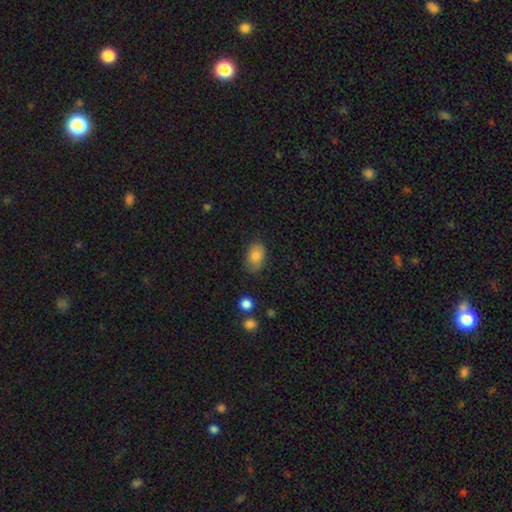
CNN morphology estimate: A smooth galaxy with no disk features (84%) that is in between round and cigar-shaped (84%). Merging: none (77%).